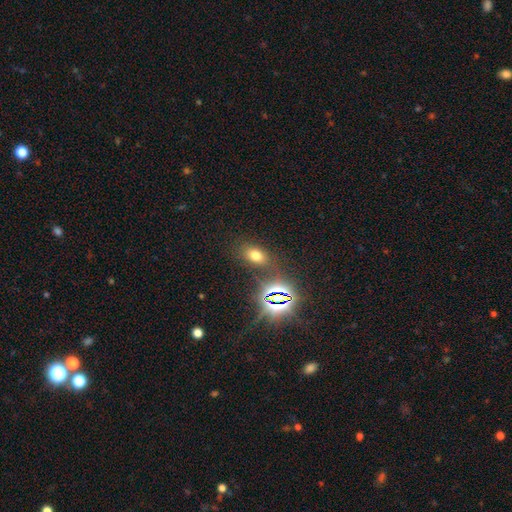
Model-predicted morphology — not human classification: A smooth galaxy with no disk features (61%) that is in between round and cigar-shaped (79%).

Vote fractions:
- Smooth or featured? smooth: 61% / star or artifact: 30% / featured or disk: 10%
- How rounded? in between: 79% / round: 18% / cigar-shaped: 3%
- Merging? none: 79% / minor disturbance: 11% / merger: 6% / major disturbance: 5%